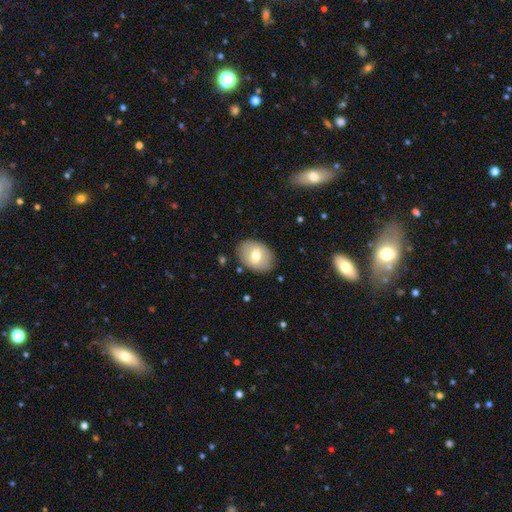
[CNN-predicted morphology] A smooth galaxy with no disk features (64%) that is in between round and cigar-shaped (76%).

Vote fractions:
- Smooth or featured? smooth: 64% / featured or disk: 29% / star or artifact: 7%
- How rounded? in between: 76% / round: 23% / cigar-shaped: 1%
- Merging? none: 85% / minor disturbance: 11% / major disturbance: 3% / merger: 1%